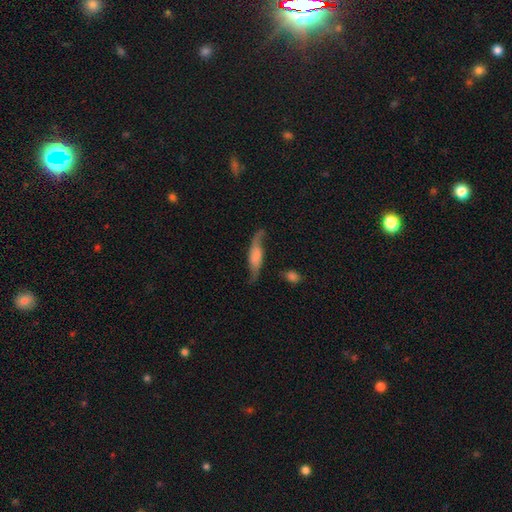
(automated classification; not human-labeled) This appears to be a featured or disk galaxy (62%). Merging: none (60%).